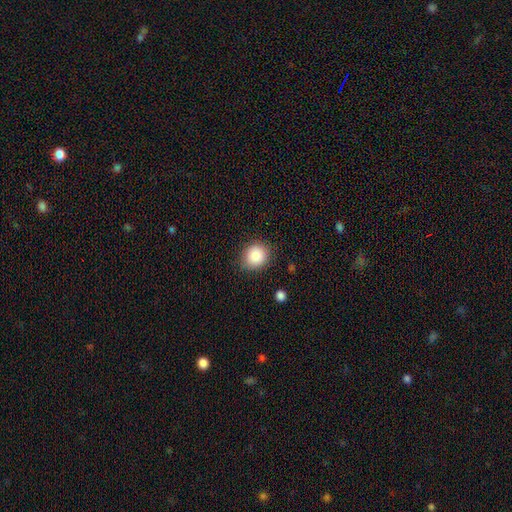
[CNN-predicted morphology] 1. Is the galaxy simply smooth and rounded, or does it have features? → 87% smooth, 8% star or artifact, 5% featured or disk.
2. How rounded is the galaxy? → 72% round, 27% in between, 1% cigar-shaped.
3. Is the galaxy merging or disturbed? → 84% none, 11% minor disturbance, 3% major disturbance, 1% merger.